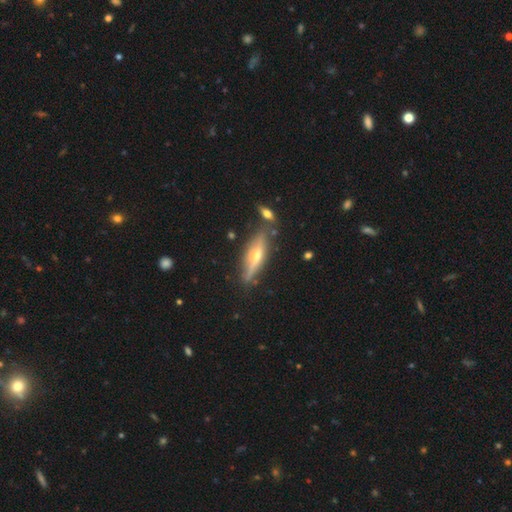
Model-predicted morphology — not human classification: This appears to be a featured or disk galaxy (64%) viewed edge-on (89%) with a rounded central bulge (91%). Merging: none (74%).